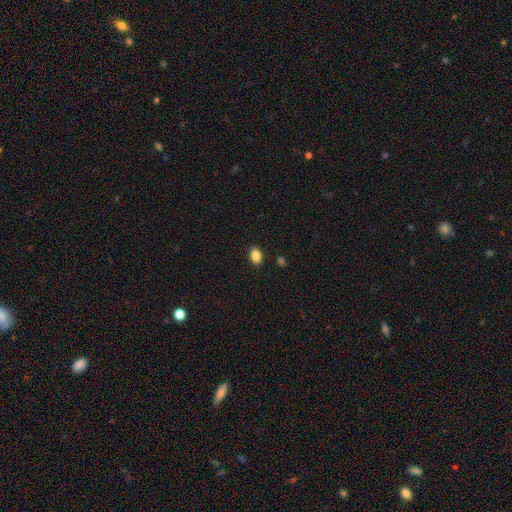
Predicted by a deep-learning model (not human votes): Q: Smooth or featured?
A: smooth (86%); runner-up: star or artifact (9%)
Q: How rounded?
A: in between (77%); runner-up: round (22%)
Q: Merging?
A: none (88%); runner-up: minor disturbance (8%)